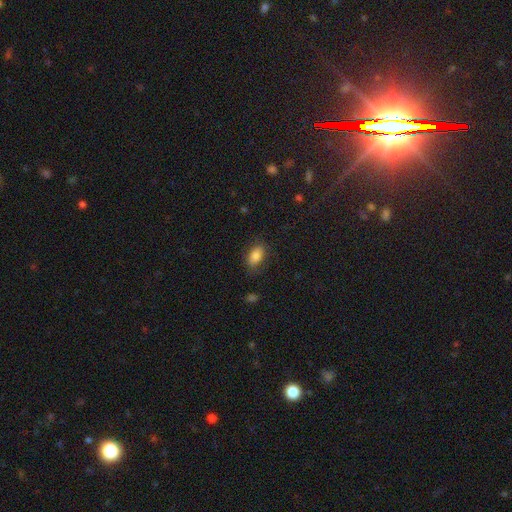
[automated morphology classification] Q: Smooth or featured?
A: smooth (84%); runner-up: star or artifact (8%)
Q: How rounded?
A: in between (89%); runner-up: round (7%)
Q: Merging?
A: none (79%); runner-up: minor disturbance (15%)